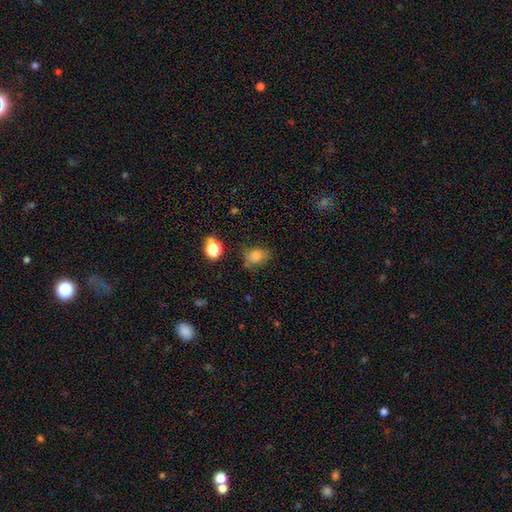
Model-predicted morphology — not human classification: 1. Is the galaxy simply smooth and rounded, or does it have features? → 71% smooth, 18% star or artifact, 11% featured or disk.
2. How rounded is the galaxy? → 59% in between, 40% round, 1% cigar-shaped.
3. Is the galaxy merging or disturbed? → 65% none, 23% minor disturbance, 7% major disturbance, 4% merger.